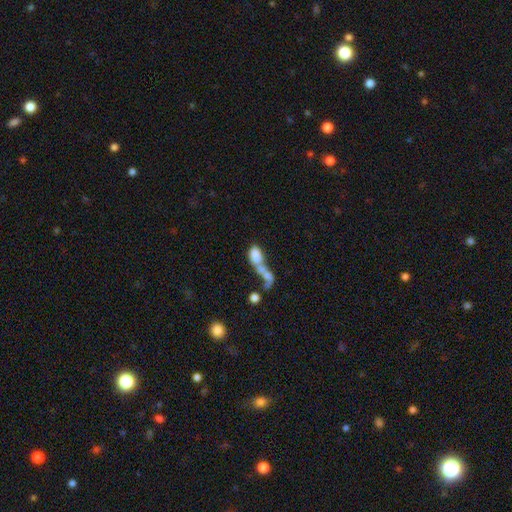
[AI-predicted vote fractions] smooth_or_featured: smooth (p=0.64) [alt: featured or disk p=0.25]
how_rounded: in between (p=0.79) [alt: round p=0.11]
merging: merger (p=0.70) [alt: none p=0.12]